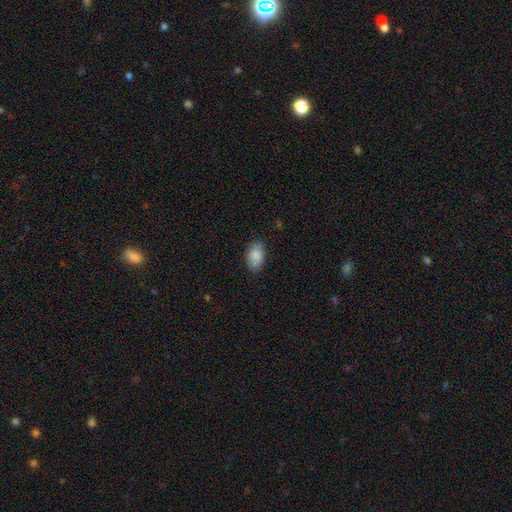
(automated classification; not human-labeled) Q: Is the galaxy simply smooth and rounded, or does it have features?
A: smooth — 88%.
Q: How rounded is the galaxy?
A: in between — 93%.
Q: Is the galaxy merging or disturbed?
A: none — 85%.